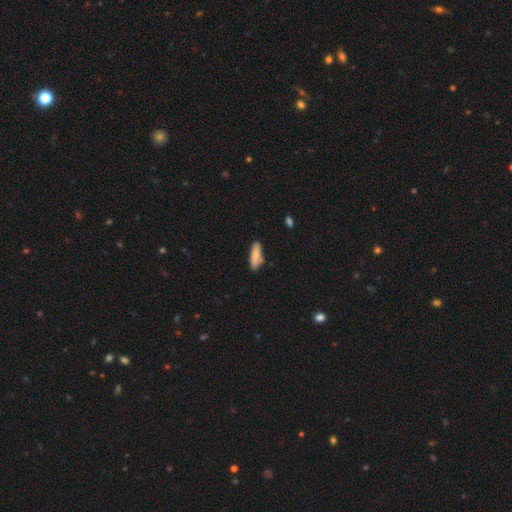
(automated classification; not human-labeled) A smooth galaxy with no disk features (85%) that is cigar-shaped (51%). Merging: none (77%).